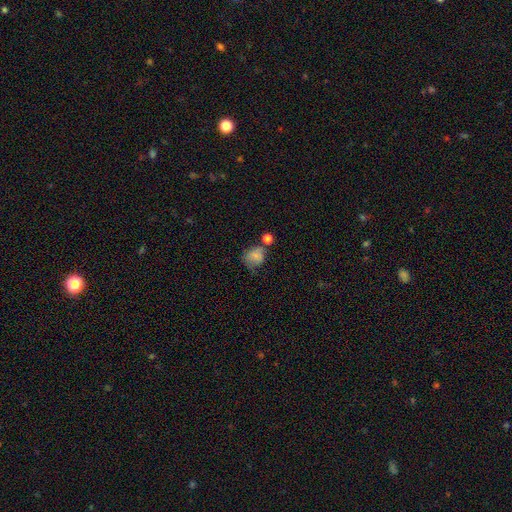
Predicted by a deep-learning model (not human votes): smooth_or_featured: smooth (p=0.79) [alt: featured or disk p=0.11]
how_rounded: round (p=0.61) [alt: in between p=0.38]
merging: none (p=0.46) [alt: minor disturbance p=0.26]